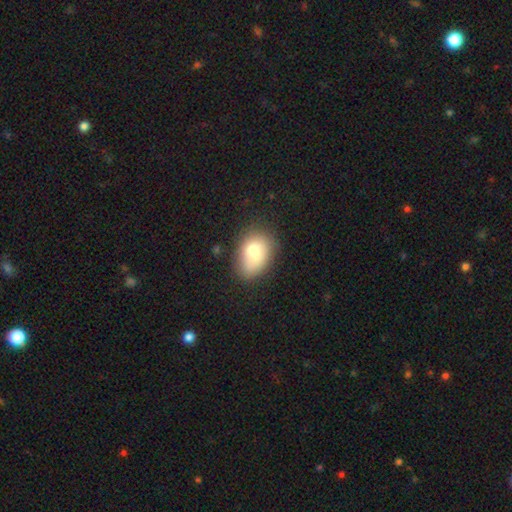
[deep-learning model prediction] smooth_or_featured: smooth (p=0.69) [alt: featured or disk p=0.23]
how_rounded: in between (p=0.73) [alt: round p=0.25]
merging: none (p=0.43) [alt: merger p=0.30]